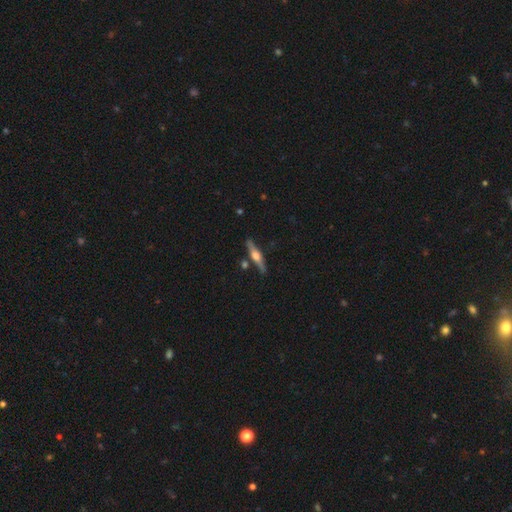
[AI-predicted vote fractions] featured or disk 73%, smooth 21%, star or artifact 5%. Down the decision tree: edge-on disk — yes (97%); edge-on bulge — rounded (91%); merging — none (85%).